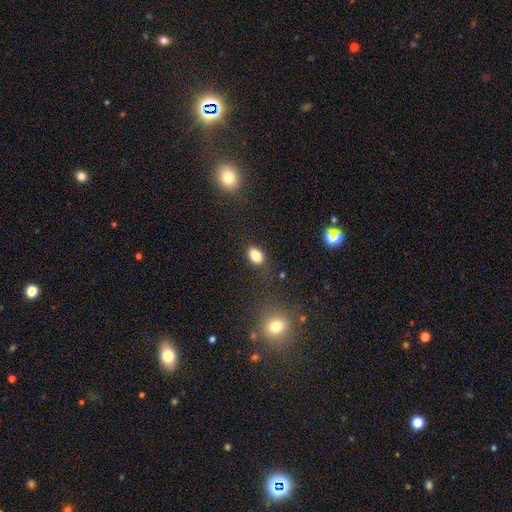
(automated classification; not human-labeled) Morphology: type=smooth (83%); roundness=in between (78%); merging=none (81%).